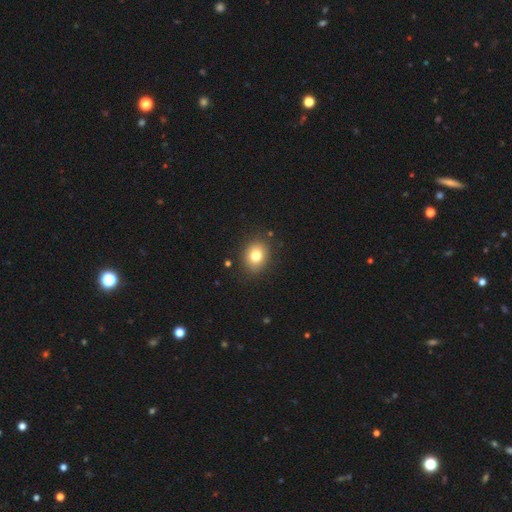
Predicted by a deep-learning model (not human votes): Morphology: type=smooth (79%); roundness=round (57%); merging=none (86%).